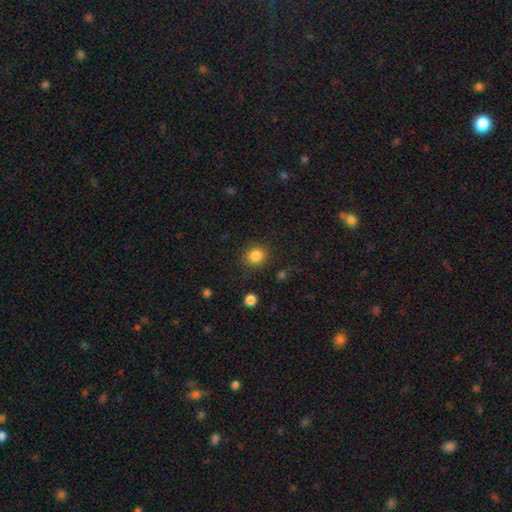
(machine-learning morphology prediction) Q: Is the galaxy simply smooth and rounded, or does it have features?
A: smooth — 85%.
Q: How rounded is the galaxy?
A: round — 85%.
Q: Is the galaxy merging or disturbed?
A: none — 85%.